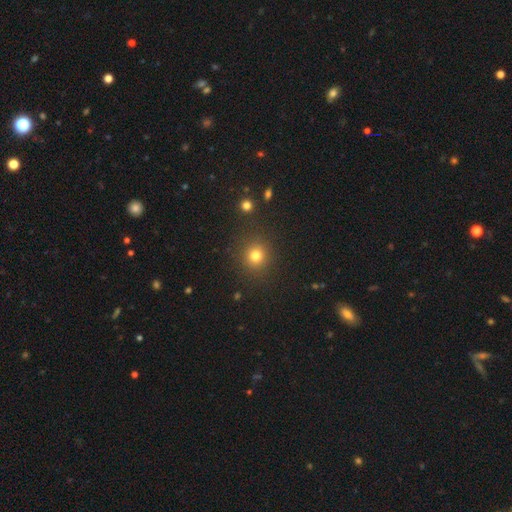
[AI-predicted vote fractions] This is likely a smooth galaxy (79%). How rounded: clearly round (89%). Merging: clearly none (88%).